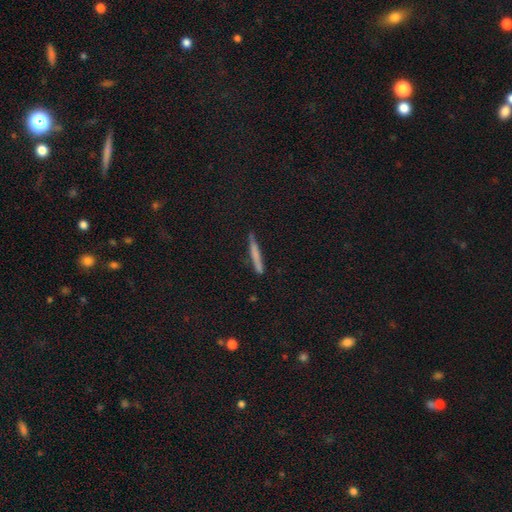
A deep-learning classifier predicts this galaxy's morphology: Smooth or featured: smooth — 66% (featured or disk — 27%)
How rounded: cigar-shaped — 96% (in between — 3%)
Merging: none — 85% (minor disturbance — 11%)